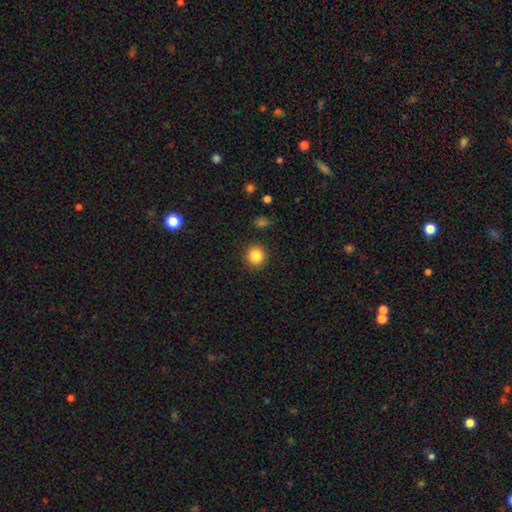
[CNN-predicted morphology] Smooth or featured: smooth — 85% (star or artifact — 10%)
How rounded: round — 93% (in between — 6%)
Merging: none — 90% (minor disturbance — 6%)